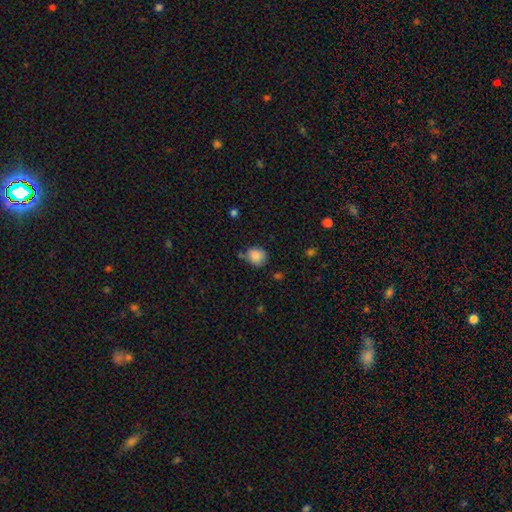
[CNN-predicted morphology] The model was most divided on "merging": none: 66%, minor disturbance: 23%, merger: 6%, major disturbance: 5%. More confident: smooth or featured — smooth (87%); how rounded — round (74%).